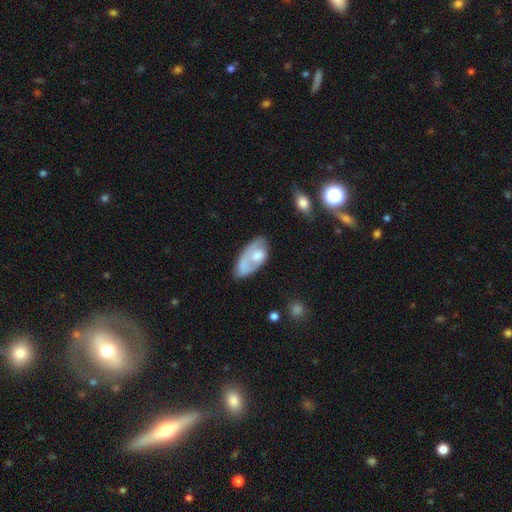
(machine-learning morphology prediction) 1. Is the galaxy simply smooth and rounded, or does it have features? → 53% smooth, 41% featured or disk, 6% star or artifact.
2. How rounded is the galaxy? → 92% in between, 4% round, 4% cigar-shaped.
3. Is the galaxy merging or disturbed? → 41% none, 31% minor disturbance, 21% major disturbance, 7% merger.